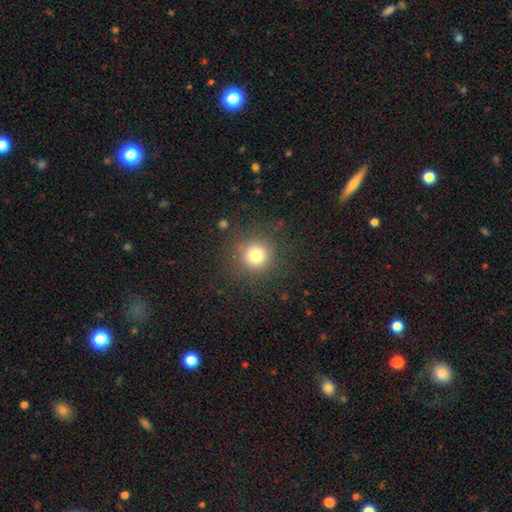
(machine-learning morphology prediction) smooth_or_featured: smooth (p=0.77) [alt: star or artifact p=0.16]
how_rounded: round (p=0.94) [alt: in between p=0.05]
merging: none (p=0.89) [alt: minor disturbance p=0.07]